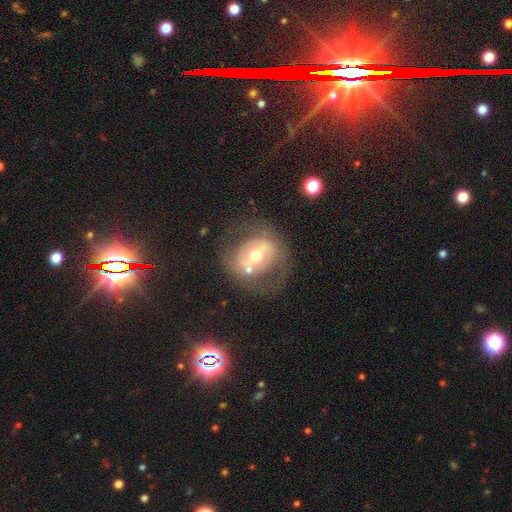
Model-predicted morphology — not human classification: smooth-or-featured: featured or disk: 65% | smooth: 27% | star or artifact: 8%
  disk-edge-on: no: 94% | yes: 6%
    bar: no: 34% | weak: 33% | strong: 33%
    has-spiral-arms: no: 64% | yes: 36%
    bulge-size: moderate: 68% | small: 22% | large: 7% | dominant: 1% | none: 1%
  merging: none: 59% | minor disturbance: 18% | major disturbance: 15% | merger: 8%